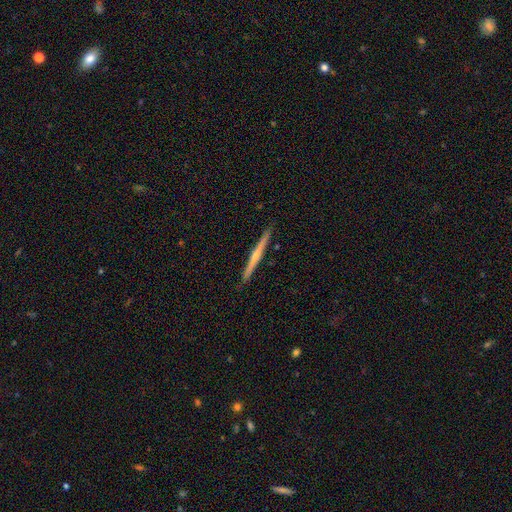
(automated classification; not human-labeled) Overall: featured or disk (66%; smooth 28%). Edge-on disk: yes (98%). Edge-on bulge: rounded (63%; none 32%). Merging: none (91%).